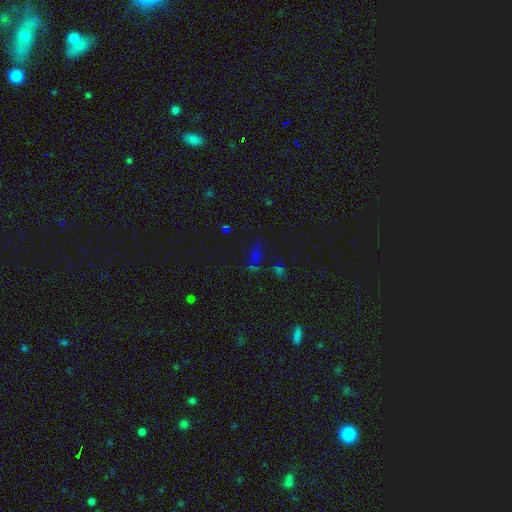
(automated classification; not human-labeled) star or artifact 53%, smooth 36%, featured or disk 11%.